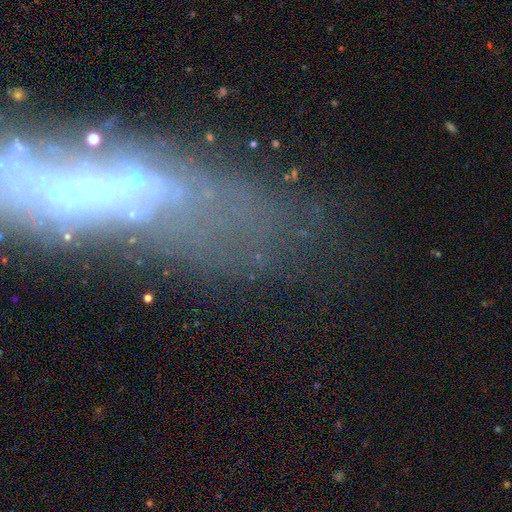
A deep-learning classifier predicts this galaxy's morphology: Smooth or featured?
  - featured or disk: 53% *
  - smooth: 25%
  - star or artifact: 22%
Edge-on disk?
  - no: 67% *
  - yes: 33%
Merging?
  - none: 52% *
  - major disturbance: 21%
  - minor disturbance: 20%
  - merger: 8%